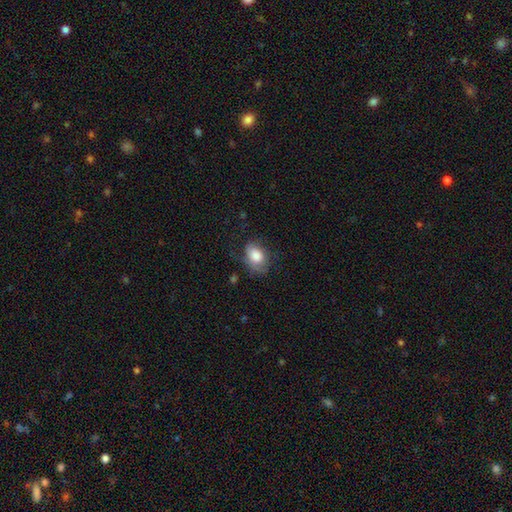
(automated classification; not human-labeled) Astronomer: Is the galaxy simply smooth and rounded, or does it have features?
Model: smooth — 74%.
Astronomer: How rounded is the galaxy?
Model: in between — 78%.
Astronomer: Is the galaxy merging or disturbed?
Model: none — 51% (runner-up: minor disturbance, 29%).